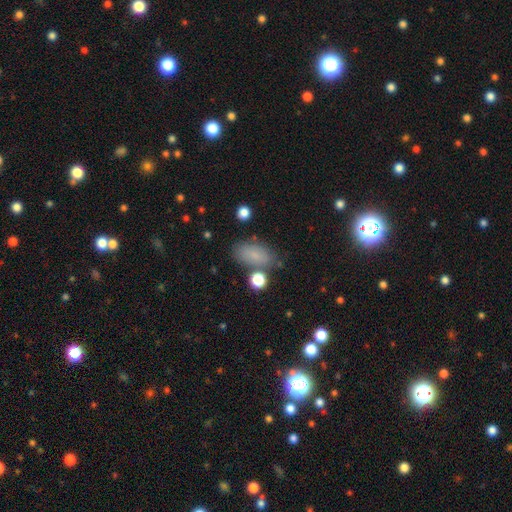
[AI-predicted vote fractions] smooth-or-featured: smooth: 80% | star or artifact: 10% | featured or disk: 10%
  how-rounded: in between: 90% | round: 6% | cigar-shaped: 4%
  merging: none: 70% | minor disturbance: 16% | merger: 8% | major disturbance: 5%